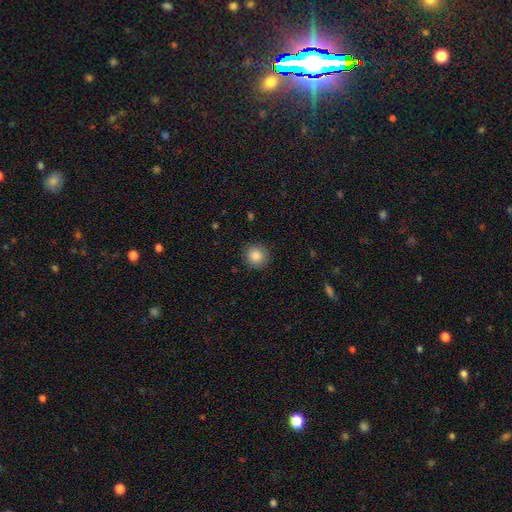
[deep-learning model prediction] Smooth or featured? smooth (85%)
How rounded? round (92%)
Merging? none (88%)